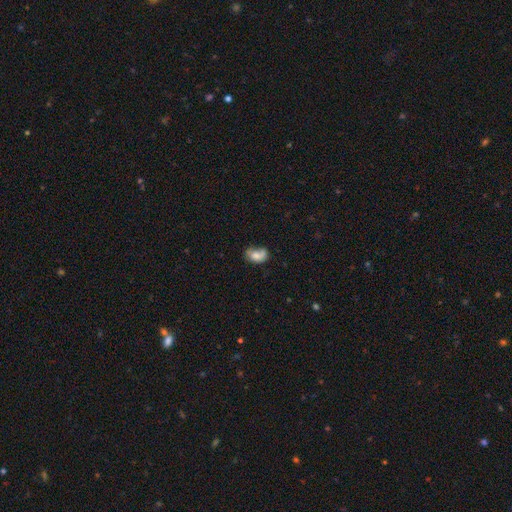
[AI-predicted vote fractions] Smooth or featured? smooth (68%)
How rounded? in between (82%)
Merging? none (38%)